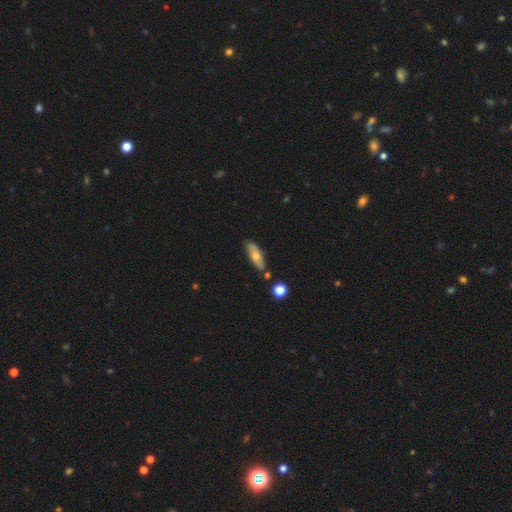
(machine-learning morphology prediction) A smooth galaxy with no disk features (58%) that is in between round and cigar-shaped (55%).

Vote fractions:
- Smooth or featured? smooth: 58% / featured or disk: 35% / star or artifact: 7%
- How rounded? in between: 55% / cigar-shaped: 42% / round: 3%
- Merging? none: 79% / minor disturbance: 13% / merger: 5% / major disturbance: 3%